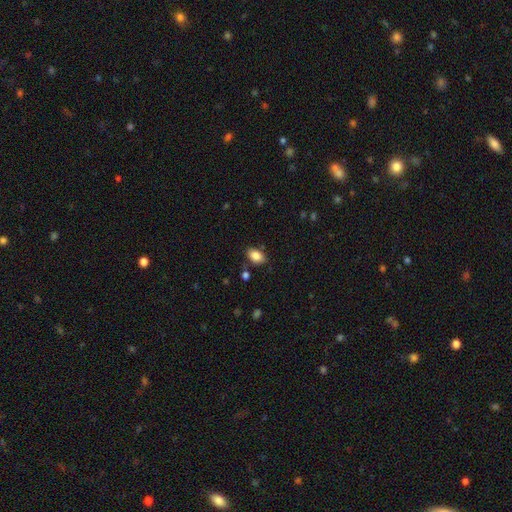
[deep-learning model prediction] smooth 86%, star or artifact 8%, featured or disk 5%. Down the decision tree: how rounded — in between (87%); merging — none (80%).